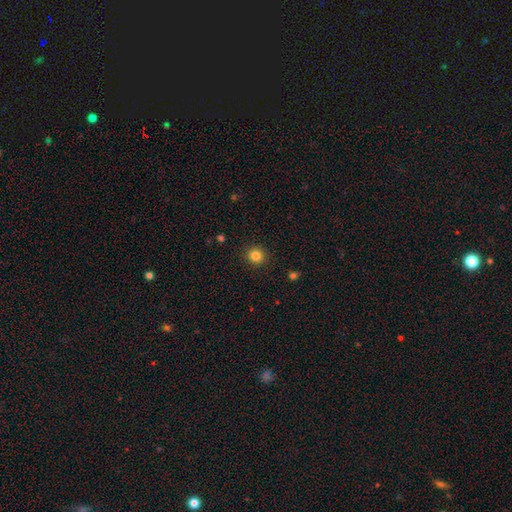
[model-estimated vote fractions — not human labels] The model was most divided on "smooth or featured": smooth: 83%, star or artifact: 12%, featured or disk: 5%. More confident: merging — none (92%); how rounded — round (91%).